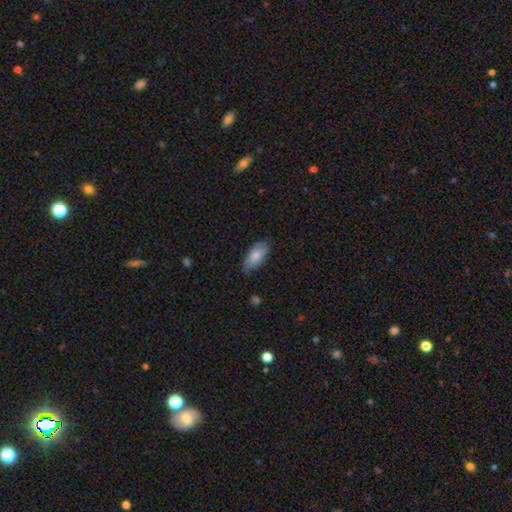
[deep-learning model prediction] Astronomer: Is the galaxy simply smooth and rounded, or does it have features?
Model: smooth — 80%.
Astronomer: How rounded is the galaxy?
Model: in between — 90%.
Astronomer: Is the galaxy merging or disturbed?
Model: none — 77%.